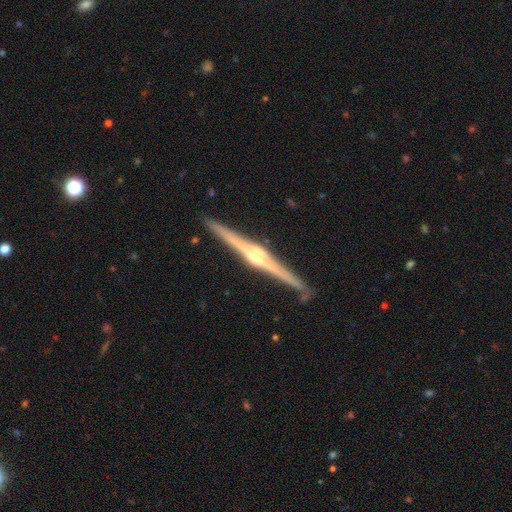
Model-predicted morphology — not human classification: Smooth or featured: featured or disk — 89% (smooth — 7%)
Edge-on disk: yes — 99% (no — 1%)
Edge-on bulge: rounded — 83% (boxy — 12%)
Merging: none — 91% (minor disturbance — 6%)